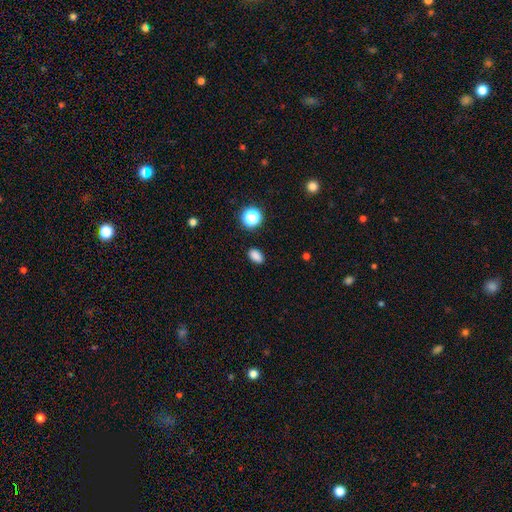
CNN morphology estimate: Smooth or featured? Predicted: smooth (p=0.83). How rounded? Predicted: in between (p=0.83). Merging? Predicted: none (p=0.87).